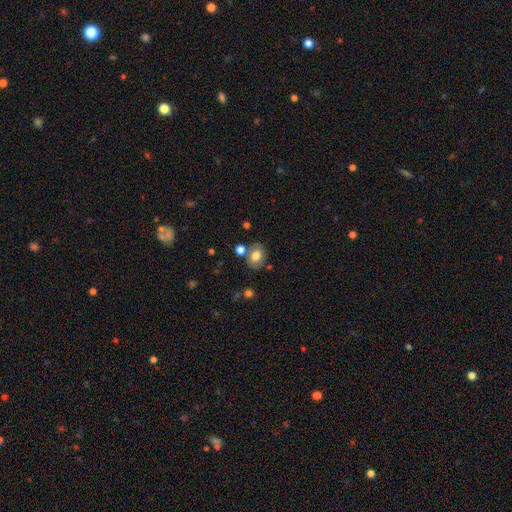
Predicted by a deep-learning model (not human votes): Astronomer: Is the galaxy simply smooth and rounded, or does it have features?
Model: smooth — 76%.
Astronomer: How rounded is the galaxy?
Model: in between — 55% (runner-up: round, 44%).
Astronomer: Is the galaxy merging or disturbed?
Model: none — 71%.